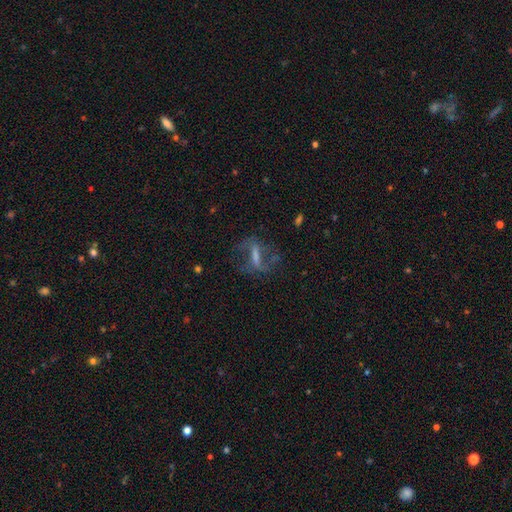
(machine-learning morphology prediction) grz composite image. It shows a featured or disk galaxy (63%) with a strong bar (56%), spiral arms (68%) and no central bulge (36%). Merging: none (63%).